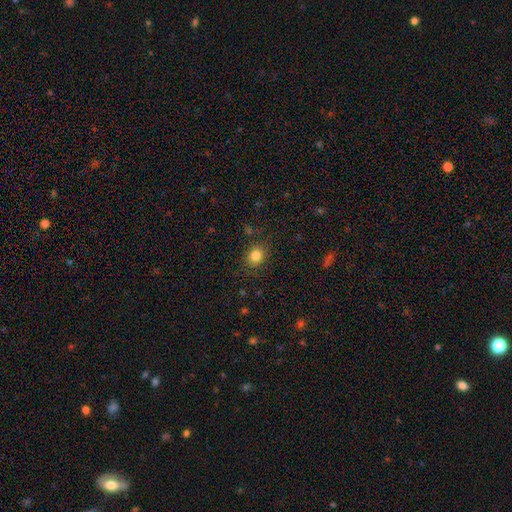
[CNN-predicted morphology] A smooth galaxy with no disk features (83%) that is round (60%). Merging: none (82%).